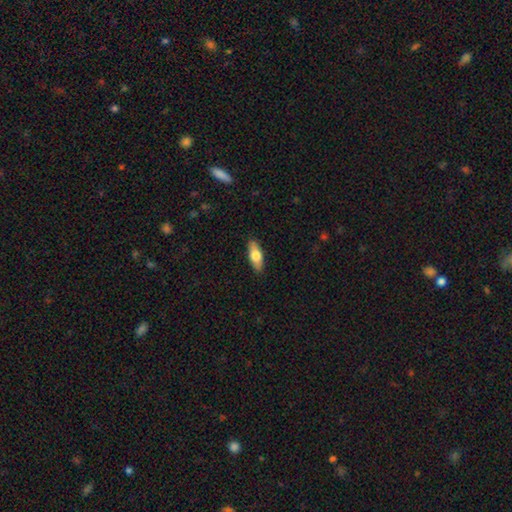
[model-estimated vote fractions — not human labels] A smooth galaxy with no disk features (69%) that is in between round and cigar-shaped (73%). Merging: none (89%).